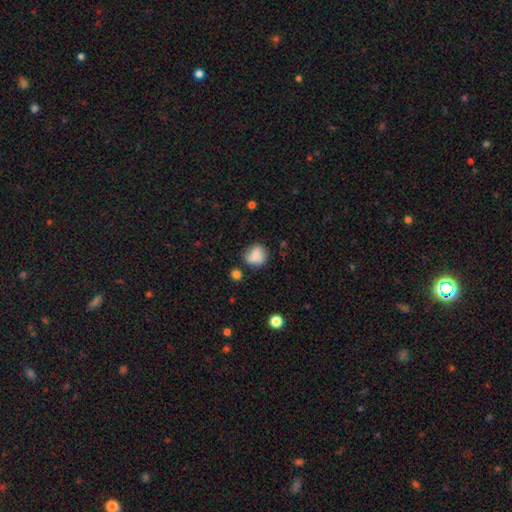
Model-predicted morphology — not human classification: The model was most divided on "merging": none: 60%, minor disturbance: 24%, major disturbance: 8%, merger: 7%. More confident: smooth or featured — smooth (76%); how rounded — round (70%).